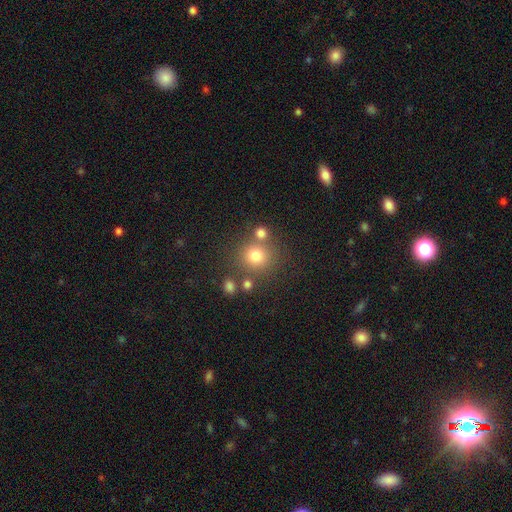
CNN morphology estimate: Smooth or featured? Predicted: smooth (p=0.76). How rounded? Predicted: round (p=0.90). Merging? Predicted: none (p=0.72).